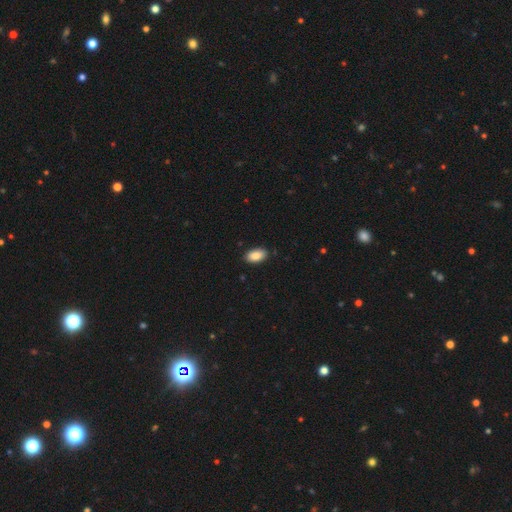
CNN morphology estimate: Smooth or featured? smooth (88%)
How rounded? in between (94%)
Merging? none (88%)